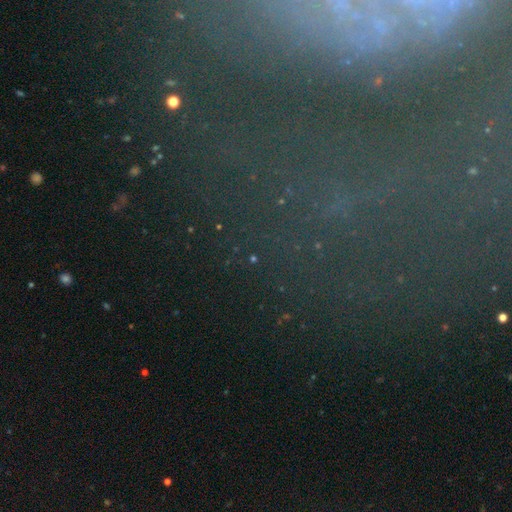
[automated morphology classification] type=star or artifact (55%).